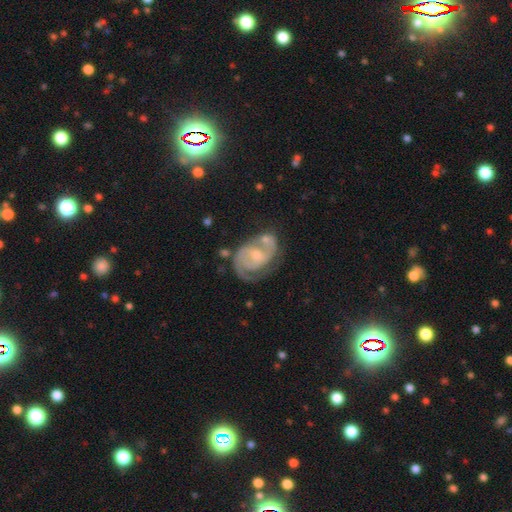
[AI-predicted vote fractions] Smooth or featured? featured or disk (83%)
Edge-on disk? no (98%)
Bar? no (52%)
Spiral arms? yes (93%)
Spiral winding? tight (45%)
Spiral arm count? 2 (65%)
Bulge size? small (53%)
Merging? none (44%)